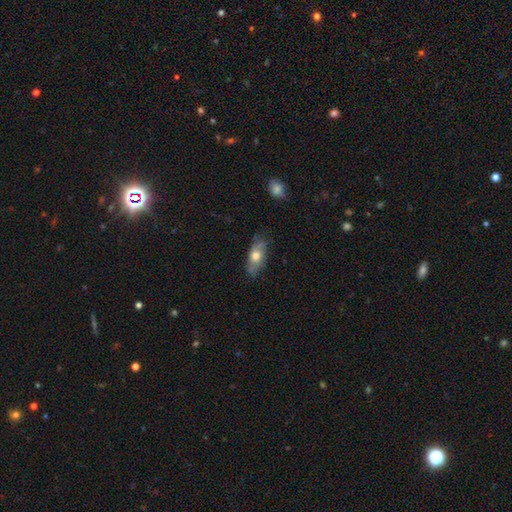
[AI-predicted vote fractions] This is possibly a smooth galaxy (58%). How rounded: likely in between (79%). Merging: likely none (77%).